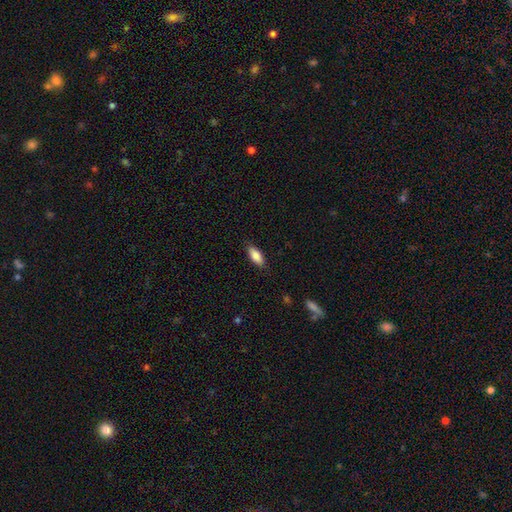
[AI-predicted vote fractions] smooth_or_featured: smooth (p=0.84) [alt: featured or disk p=0.10]
how_rounded: in between (p=0.81) [alt: cigar-shaped p=0.17]
merging: none (p=0.85) [alt: minor disturbance p=0.11]